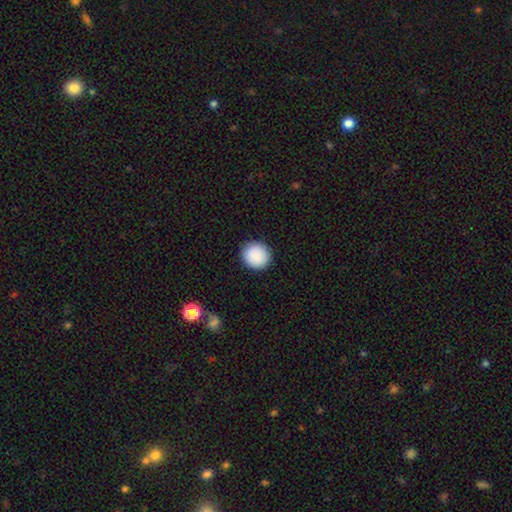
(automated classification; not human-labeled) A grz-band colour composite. It shows a smooth galaxy with no disk features (89%) that is round (91%). Merging: none (90%).